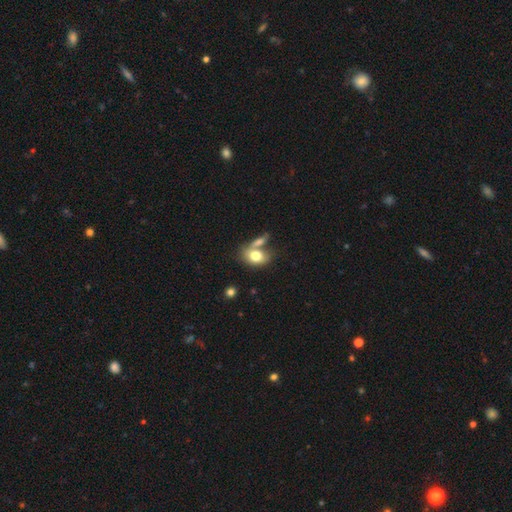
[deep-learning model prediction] Morphology: type=smooth (75%); roundness=in between (76%); merging=merger (41%).